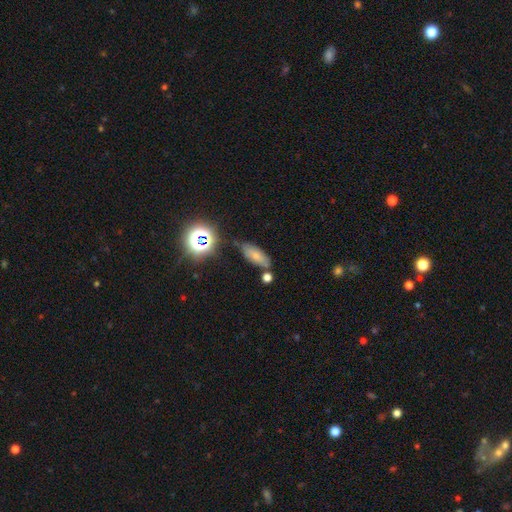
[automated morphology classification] A smooth galaxy with no disk features (70%) that is in between round and cigar-shaped (74%). Merging: none (66%).